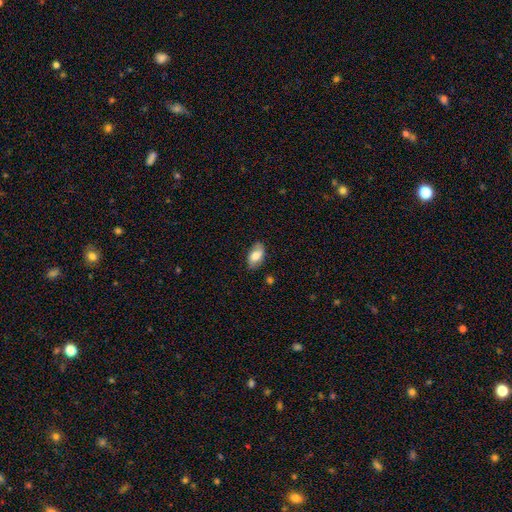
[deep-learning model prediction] A smooth galaxy with no disk features (72%) that is in between round and cigar-shaped (93%).

Vote fractions:
- Smooth or featured? smooth: 72% / featured or disk: 22% / star or artifact: 7%
- How rounded? in between: 93% / round: 5% / cigar-shaped: 2%
- Merging? none: 77% / minor disturbance: 18% / major disturbance: 4% / merger: 2%